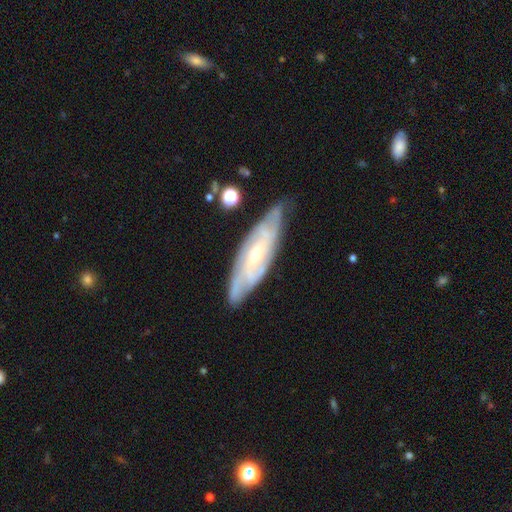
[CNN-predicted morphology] A featured or disk galaxy (81%) with no bar (52%), tight (65%) spiral arms (94%) and a small central bulge (55%).

Vote fractions:
- Smooth or featured? featured or disk: 81% / smooth: 14% / star or artifact: 6%
- Edge-on disk? no: 80% / yes: 20%
- Bar? no: 52% / weak: 37% / strong: 11%
- Spiral arms? yes: 94% / no: 6%
- Spiral winding? tight: 65% / medium: 29% / loose: 6%
- Spiral arm count? can't tell: 39% / 3: 20% / 2: 18% / 4: 14% / more than 4: 4% / 1: 4%
- Bulge size? small: 55% / moderate: 38% / none: 3% / large: 2% / dominant: 1%
- Merging? none: 76% / minor disturbance: 18% / major disturbance: 4% / merger: 2%